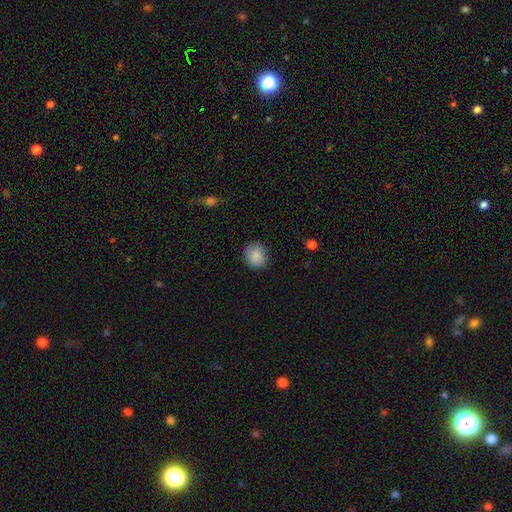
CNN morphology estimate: smooth_or_featured: smooth (p=0.88) [alt: star or artifact p=0.08]
how_rounded: round (p=0.84) [alt: in between p=0.15]
merging: none (p=0.88) [alt: minor disturbance p=0.09]